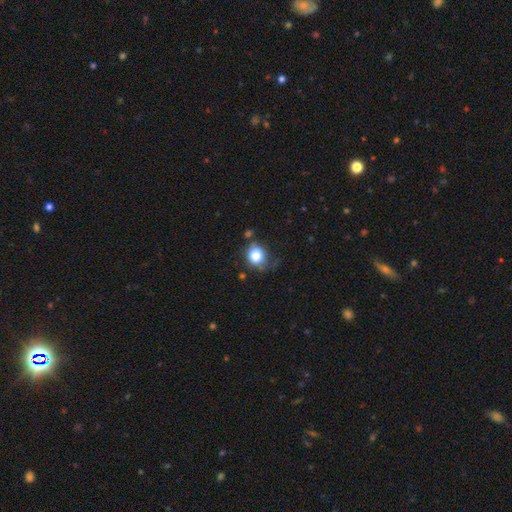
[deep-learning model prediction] The model was most divided on "merging": none: 57%, minor disturbance: 27%, major disturbance: 10%, merger: 6%. More confident: smooth or featured — smooth (82%); how rounded — round (68%).